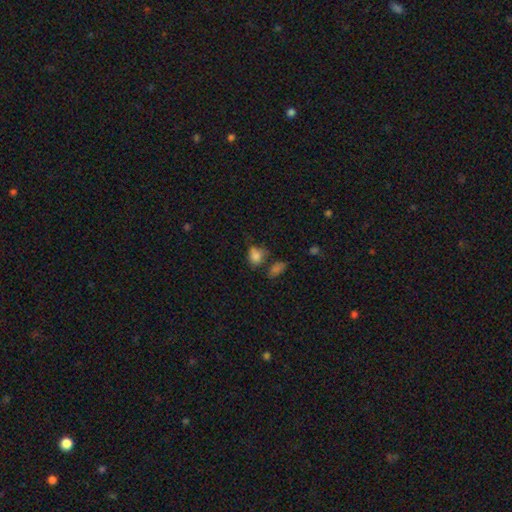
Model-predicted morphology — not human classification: smooth_or_featured: smooth (p=0.79) [alt: star or artifact p=0.12]
how_rounded: in between (p=0.54) [alt: round p=0.45]
merging: none (p=0.46) [alt: minor disturbance p=0.26]